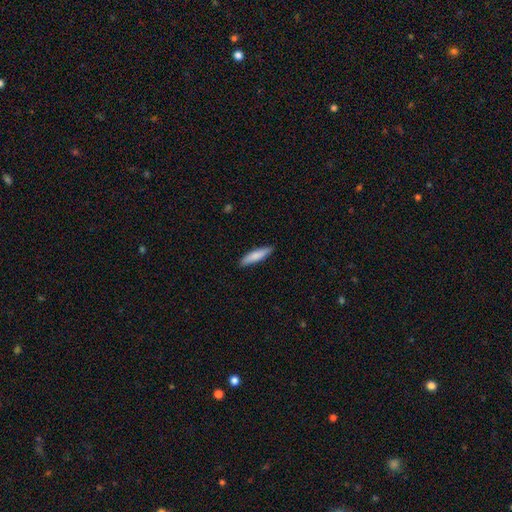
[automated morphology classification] Smooth or featured: smooth — 80% (featured or disk — 14%)
How rounded: cigar-shaped — 79% (in between — 20%)
Merging: none — 88% (minor disturbance — 9%)